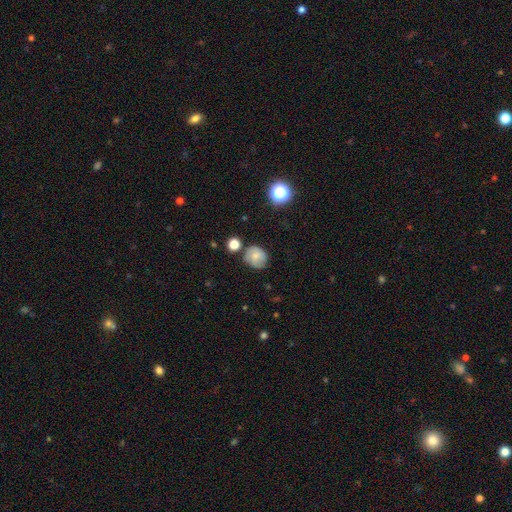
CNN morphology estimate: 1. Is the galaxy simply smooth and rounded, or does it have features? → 69% smooth, 20% featured or disk, 11% star or artifact.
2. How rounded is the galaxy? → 75% round, 25% in between, 1% cigar-shaped.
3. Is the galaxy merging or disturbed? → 67% none, 21% minor disturbance, 6% merger, 5% major disturbance.